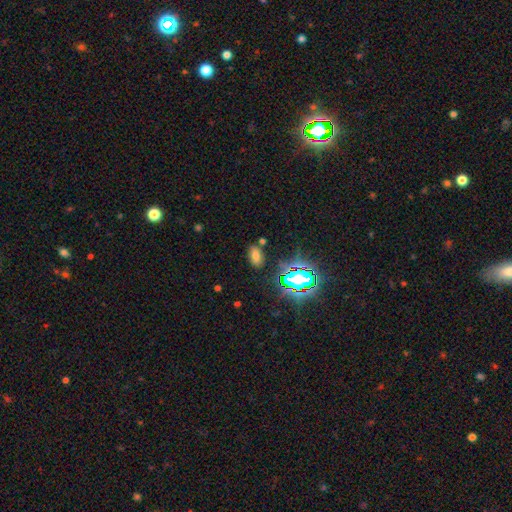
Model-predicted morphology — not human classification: Q: Smooth or featured?
A: smooth (63%); runner-up: star or artifact (28%)
Q: How rounded?
A: in between (88%); runner-up: round (8%)
Q: Merging?
A: none (79%); runner-up: minor disturbance (12%)